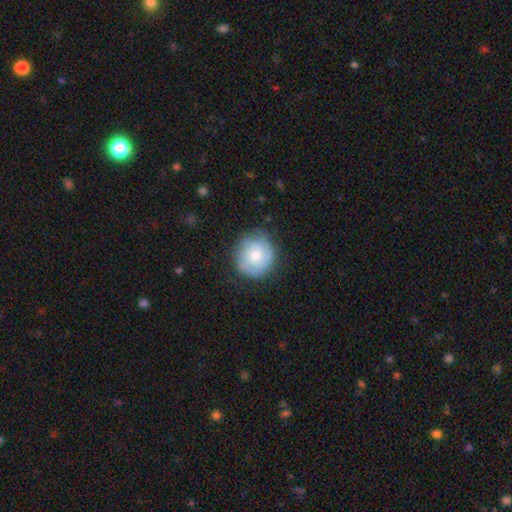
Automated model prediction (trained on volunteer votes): Smooth or featured: smooth — 54% (featured or disk — 39%)
How rounded: round — 89% (in between — 10%)
Merging: none — 74% (minor disturbance — 19%)